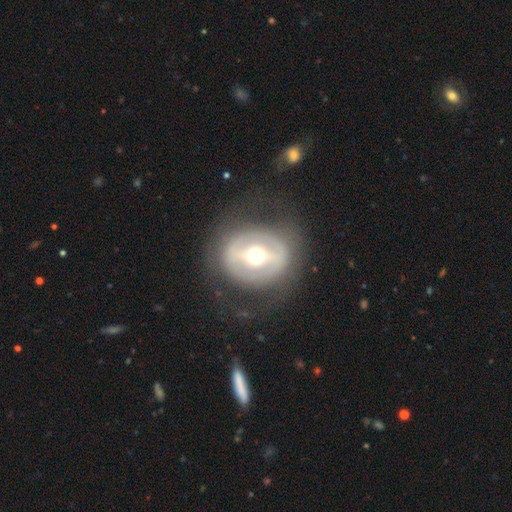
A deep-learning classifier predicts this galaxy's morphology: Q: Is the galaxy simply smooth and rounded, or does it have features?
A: featured or disk — 67%.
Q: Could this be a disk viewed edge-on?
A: no — 92%.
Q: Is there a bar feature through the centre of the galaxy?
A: strong — 52%.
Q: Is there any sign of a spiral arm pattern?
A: no — 76%.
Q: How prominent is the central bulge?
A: moderate — 73%.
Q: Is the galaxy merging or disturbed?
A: none — 73%.